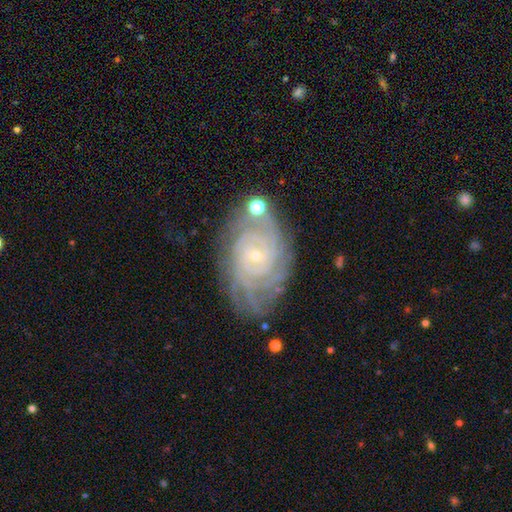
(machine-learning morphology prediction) Q: Smooth or featured?
A: featured or disk (88%); runner-up: star or artifact (6%)
Q: Edge-on disk?
A: no (97%); runner-up: yes (3%)
Q: Bar?
A: no (74%); runner-up: weak (20%)
Q: Spiral arms?
A: yes (98%); runner-up: no (2%)
Q: Spiral winding?
A: tight (82%); runner-up: medium (15%)
Q: Spiral arm count?
A: 4 (26%); runner-up: can't tell (23%)
Q: Bulge size?
A: small (86%); runner-up: moderate (10%)
Q: Merging?
A: none (73%); runner-up: minor disturbance (17%)